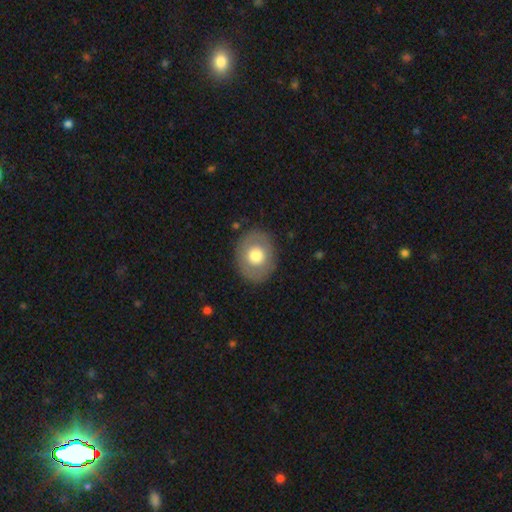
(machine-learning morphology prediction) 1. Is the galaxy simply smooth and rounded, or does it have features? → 65% smooth, 28% featured or disk, 7% star or artifact.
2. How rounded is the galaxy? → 53% round, 46% in between, 1% cigar-shaped.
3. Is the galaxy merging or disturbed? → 85% none, 10% minor disturbance, 4% major disturbance, 1% merger.